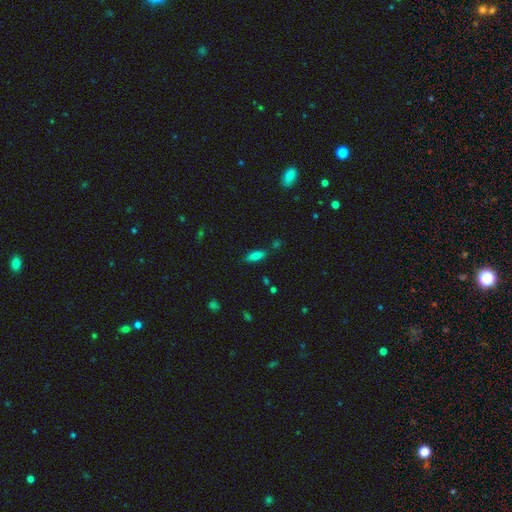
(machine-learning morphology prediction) smooth-or-featured: smooth: 77% | featured or disk: 12% | star or artifact: 11%
  how-rounded: in between: 64% | cigar-shaped: 33% | round: 3%
  merging: none: 77% | minor disturbance: 14% | merger: 5% | major disturbance: 3%